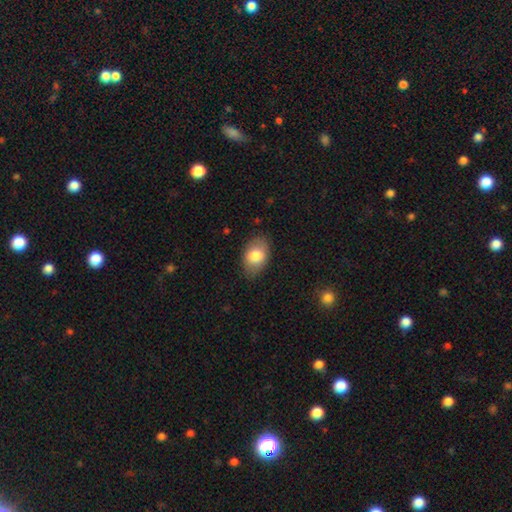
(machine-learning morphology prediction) smooth_or_featured: smooth (p=0.79) [alt: featured or disk p=0.14]
how_rounded: in between (p=0.86) [alt: round p=0.12]
merging: none (p=0.81) [alt: minor disturbance p=0.15]